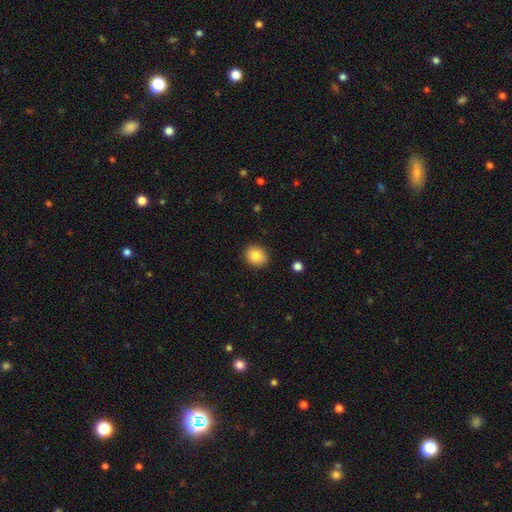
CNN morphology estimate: smooth 84%, star or artifact 9%, featured or disk 7%. Down the decision tree: how rounded — round (63%); merging — none (89%).